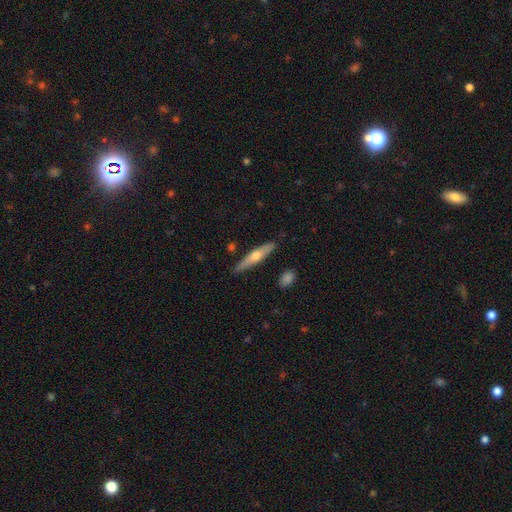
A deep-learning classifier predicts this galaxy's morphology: Smooth or featured? Predicted: featured or disk (p=0.51). Edge-on disk? Predicted: yes (p=0.93). Merging? Predicted: none (p=0.87).